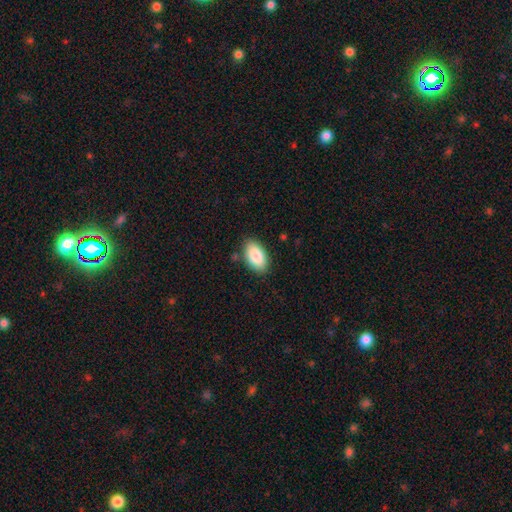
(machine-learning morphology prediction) Q: Smooth or featured?
A: smooth (87%); runner-up: featured or disk (7%)
Q: How rounded?
A: in between (95%); runner-up: round (3%)
Q: Merging?
A: none (85%); runner-up: minor disturbance (11%)